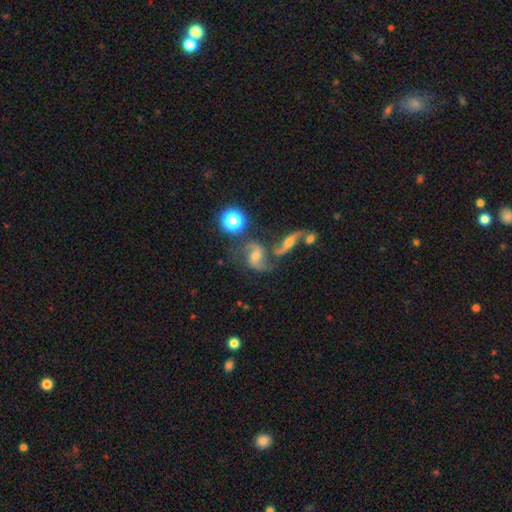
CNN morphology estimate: Smooth or featured? featured or disk (79%)
Edge-on disk? no (95%)
Bar? weak (42%)
Spiral arms? yes (95%)
Spiral winding? loose (50%)
Spiral arm count? 2 (90%)
Bulge size? moderate (58%)
Merging? none (46%)